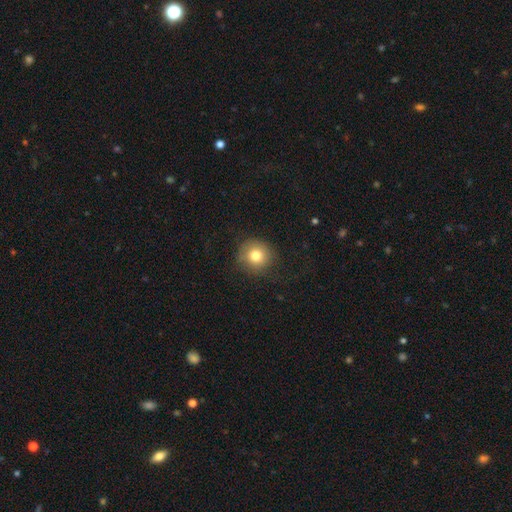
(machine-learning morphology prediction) The model was most divided on "merging": none: 80%, minor disturbance: 14%, major disturbance: 6%, merger: 1%. More confident: how rounded — round (91%); smooth or featured — smooth (78%).